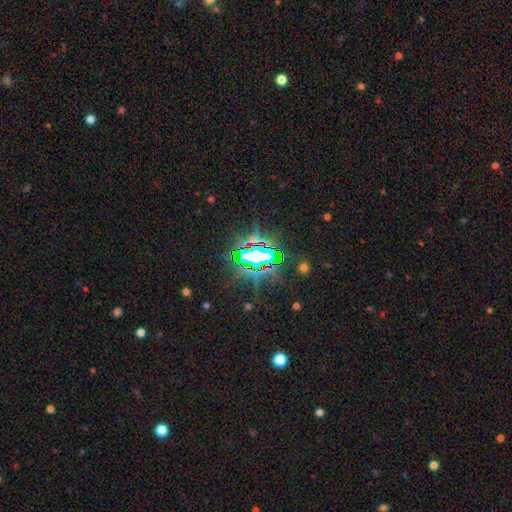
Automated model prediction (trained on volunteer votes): Q: Smooth or featured?
A: star or artifact (77%); runner-up: smooth (12%)